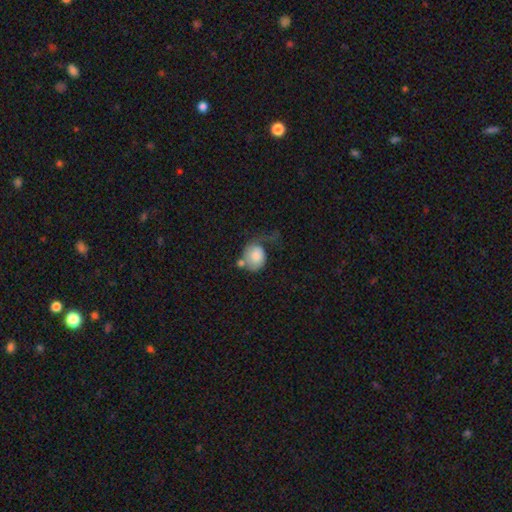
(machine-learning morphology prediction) Smooth or featured?
  - smooth: 71% *
  - featured or disk: 22%
  - star or artifact: 7%
How rounded?
  - round: 63% *
  - in between: 36%
  - cigar-shaped: 1%
Merging?
  - major disturbance: 40% *
  - none: 25%
  - minor disturbance: 22%
  - merger: 14%